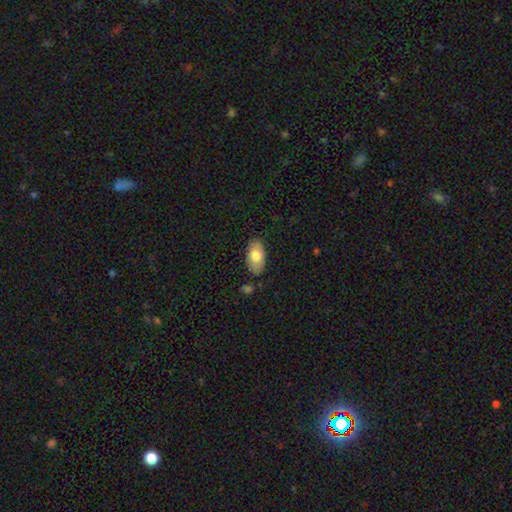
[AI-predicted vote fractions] Smooth or featured: smooth — 74% (featured or disk — 19%)
How rounded: in between — 94% (round — 4%)
Merging: none — 82% (minor disturbance — 13%)